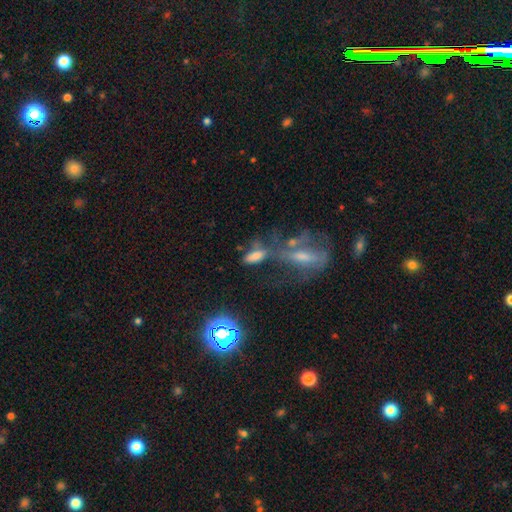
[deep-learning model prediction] This appears to be a smooth galaxy with no disk features (55%) that is in between round and cigar-shaped (68%). Merging: none (37%).